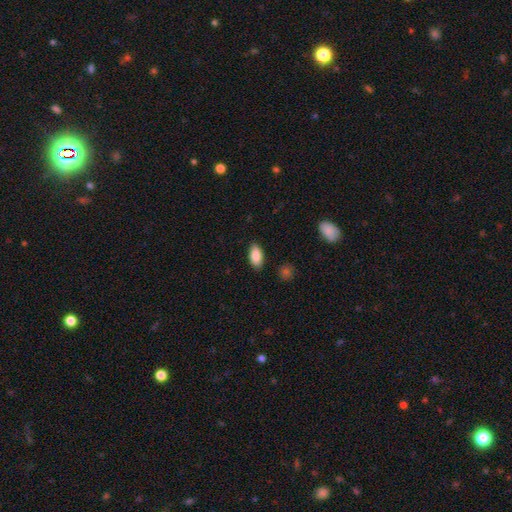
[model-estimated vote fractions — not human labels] Smooth or featured?
  - smooth: 86% *
  - featured or disk: 7%
  - star or artifact: 7%
How rounded?
  - in between: 92% *
  - cigar-shaped: 5%
  - round: 3%
Merging?
  - none: 86% *
  - minor disturbance: 10%
  - major disturbance: 2%
  - merger: 1%